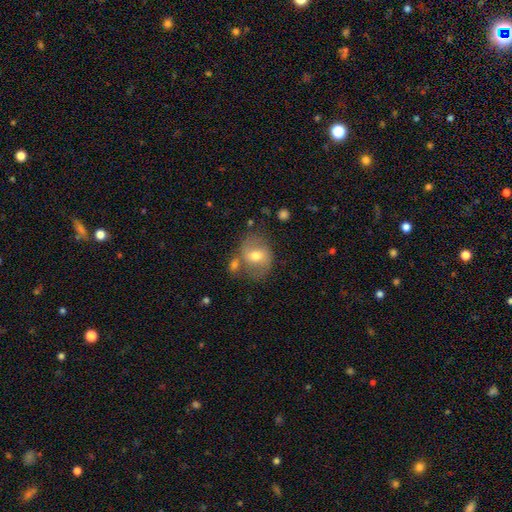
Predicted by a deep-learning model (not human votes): Smooth or featured? Predicted: smooth (p=0.49). Merging? Predicted: none (p=0.60).